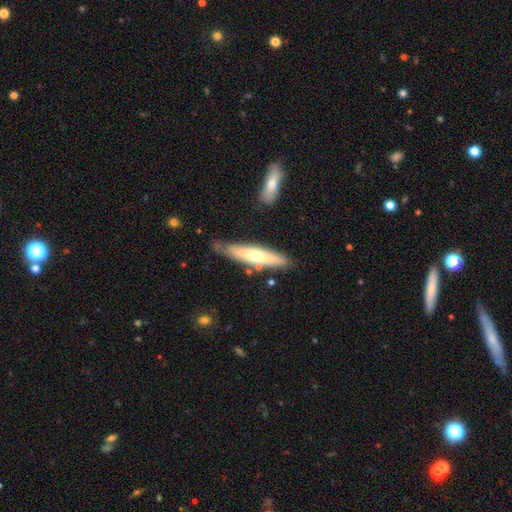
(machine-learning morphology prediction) Smooth or featured: smooth — 57% (featured or disk — 37%)
How rounded: cigar-shaped — 82% (in between — 17%)
Merging: none — 74% (minor disturbance — 17%)